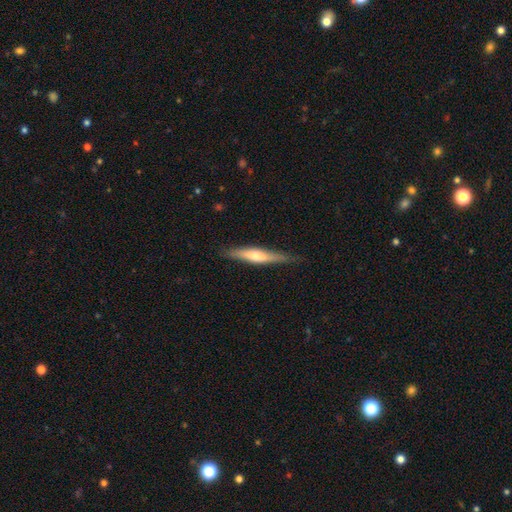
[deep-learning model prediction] Smooth or featured? featured or disk (53%)
Edge-on disk? yes (93%)
Merging? none (82%)